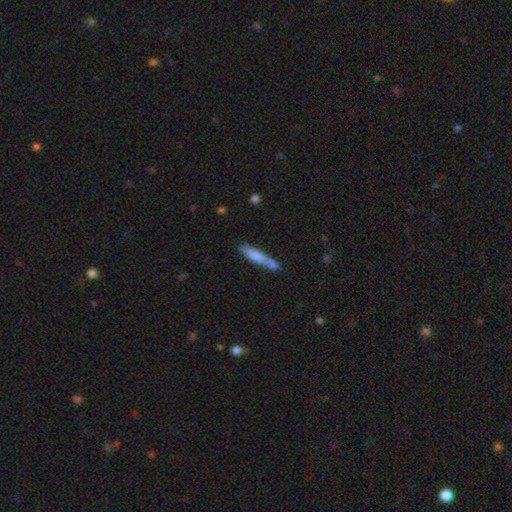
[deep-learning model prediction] A smooth galaxy with no disk features (73%) that is cigar-shaped (88%).

Vote fractions:
- Smooth or featured? smooth: 73% / featured or disk: 21% / star or artifact: 6%
- How rounded? cigar-shaped: 88% / in between: 10% / round: 2%
- Merging? none: 47% / merger: 29% / minor disturbance: 19% / major disturbance: 6%